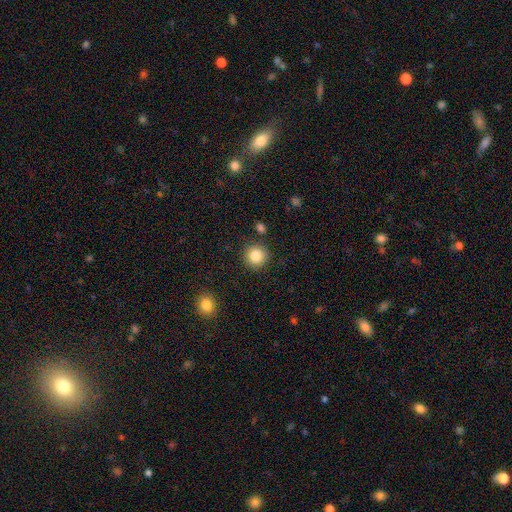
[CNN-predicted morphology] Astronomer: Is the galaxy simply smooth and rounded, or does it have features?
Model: smooth — 85%.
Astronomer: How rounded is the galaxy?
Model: round — 93%.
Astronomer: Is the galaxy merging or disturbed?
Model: none — 87%.